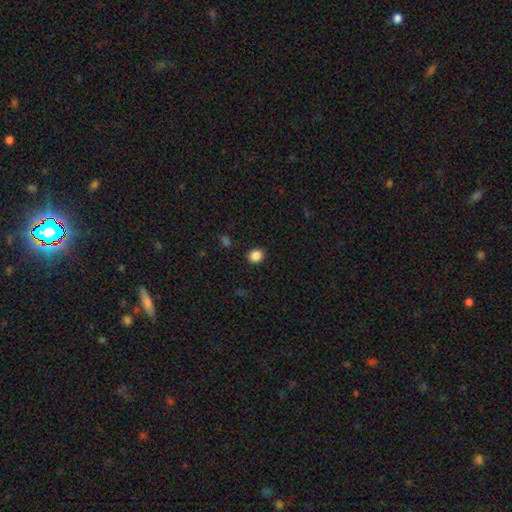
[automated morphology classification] The model was most divided on "how rounded": round: 75%, in between: 24%, cigar-shaped: 1%. More confident: merging — none (90%); smooth or featured — smooth (86%).